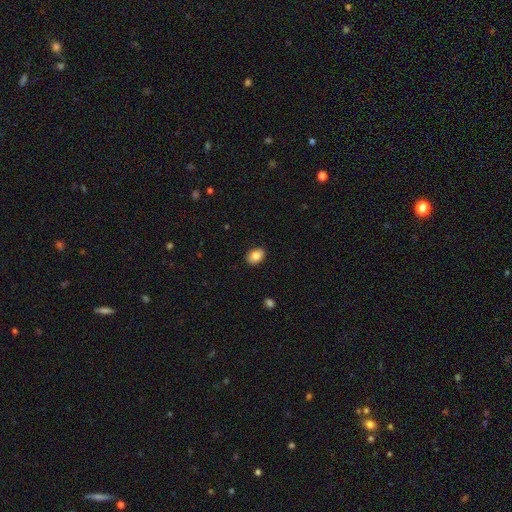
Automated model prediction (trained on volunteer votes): A smooth galaxy with no disk features (84%) that is in between round and cigar-shaped (77%). Merging: none (90%).